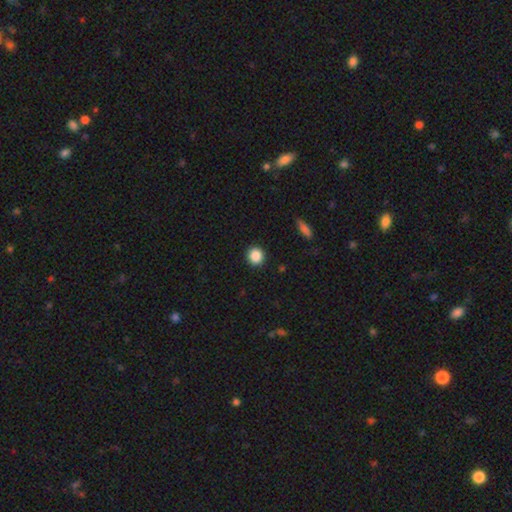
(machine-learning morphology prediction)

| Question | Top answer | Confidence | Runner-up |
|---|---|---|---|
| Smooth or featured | smooth | 87% | star or artifact (10%) |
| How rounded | round | 92% | in between (7%) |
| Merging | none | 92% | minor disturbance (5%) |